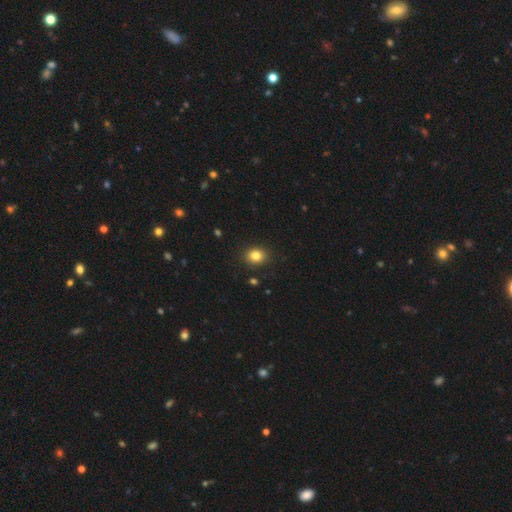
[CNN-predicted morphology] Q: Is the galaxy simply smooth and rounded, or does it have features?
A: smooth — 82%.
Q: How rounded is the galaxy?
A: round — 64%.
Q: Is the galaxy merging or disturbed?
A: none — 89%.